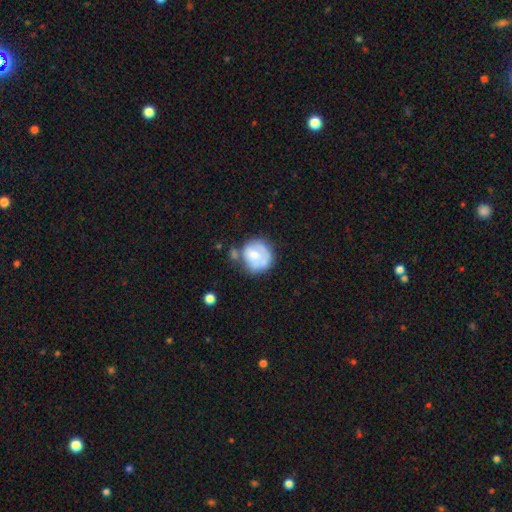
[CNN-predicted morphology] Q: Smooth or featured?
A: smooth (57%); runner-up: featured or disk (36%)
Q: How rounded?
A: round (83%); runner-up: in between (16%)
Q: Merging?
A: none (46%); runner-up: minor disturbance (25%)